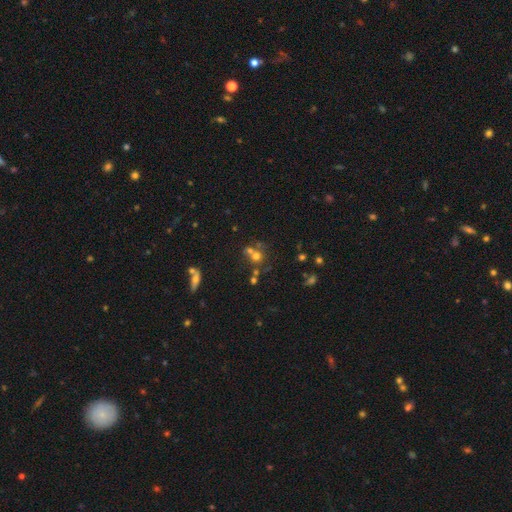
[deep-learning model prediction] A smooth galaxy with no disk features (57%) that is round (82%).

Vote fractions:
- Smooth or featured? smooth: 57% / star or artifact: 23% / featured or disk: 20%
- How rounded? round: 82% / in between: 16% / cigar-shaped: 1%
- Merging? none: 45% / merger: 41% / minor disturbance: 9% / major disturbance: 5%